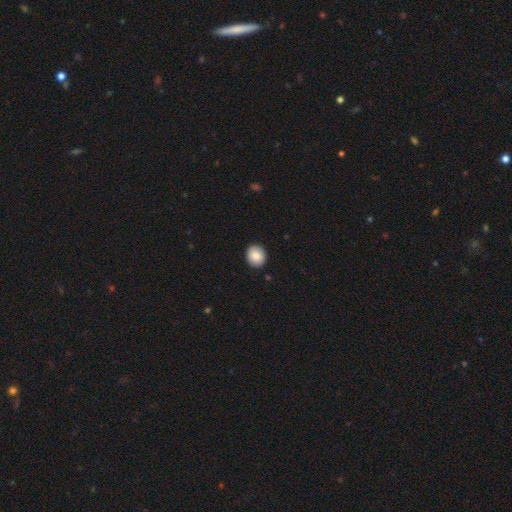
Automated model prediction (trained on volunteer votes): This is clearly a smooth galaxy (86%). How rounded: clearly round (82%). Merging: clearly none (91%).